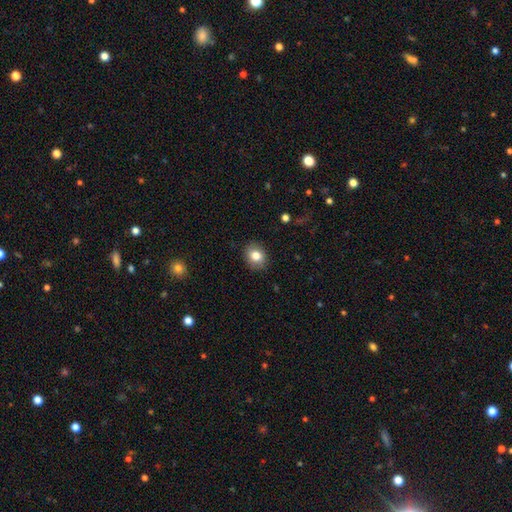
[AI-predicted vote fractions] Smooth or featured? smooth (81%)
How rounded? round (59%)
Merging? none (88%)